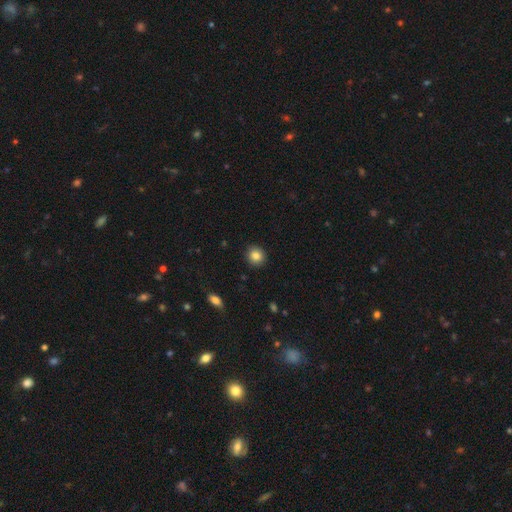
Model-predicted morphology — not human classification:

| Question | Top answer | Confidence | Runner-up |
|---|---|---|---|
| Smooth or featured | smooth | 84% | star or artifact (10%) |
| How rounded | round | 85% | in between (14%) |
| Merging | none | 91% | minor disturbance (6%) |